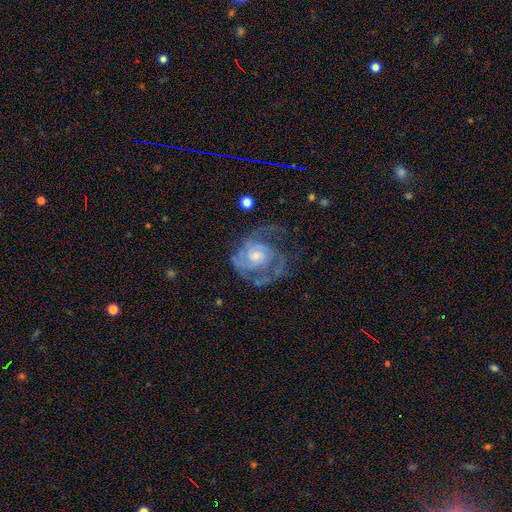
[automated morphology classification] smooth_or_featured: featured or disk (p=0.79) [alt: smooth p=0.13]
disk_edge_on: no (p=0.97) [alt: yes p=0.03]
bar: no (p=0.73) [alt: weak p=0.23]
has_spiral_arms: yes (p=0.88) [alt: no p=0.12]
spiral_winding: tight (p=0.47) [alt: medium p=0.39]
spiral_arm_count: 2 (p=0.40) [alt: can't tell p=0.28]
bulge_size: moderate (p=0.44) [alt: small p=0.42]
merging: none (p=0.50) [alt: major disturbance p=0.27]